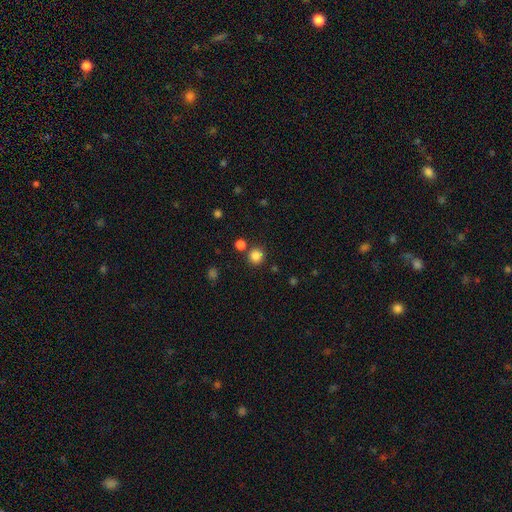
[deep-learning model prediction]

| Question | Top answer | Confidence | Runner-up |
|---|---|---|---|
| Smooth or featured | smooth | 83% | star or artifact (13%) |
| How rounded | round | 93% | in between (6%) |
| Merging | none | 82% | merger (9%) |